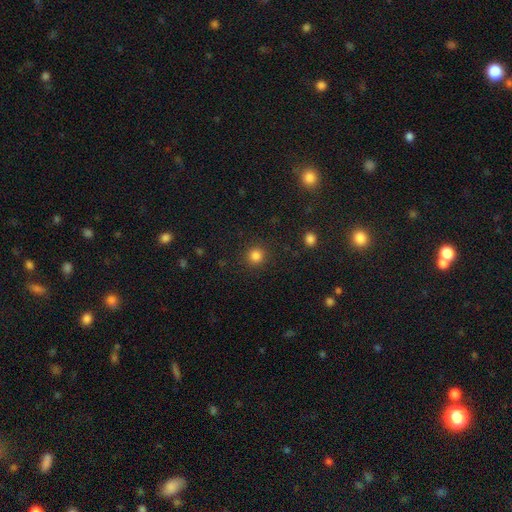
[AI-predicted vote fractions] Smooth or featured?
  - smooth: 83% *
  - star or artifact: 13%
  - featured or disk: 4%
How rounded?
  - round: 94% *
  - in between: 5%
  - cigar-shaped: 1%
Merging?
  - none: 90% *
  - minor disturbance: 6%
  - major disturbance: 3%
  - merger: 1%